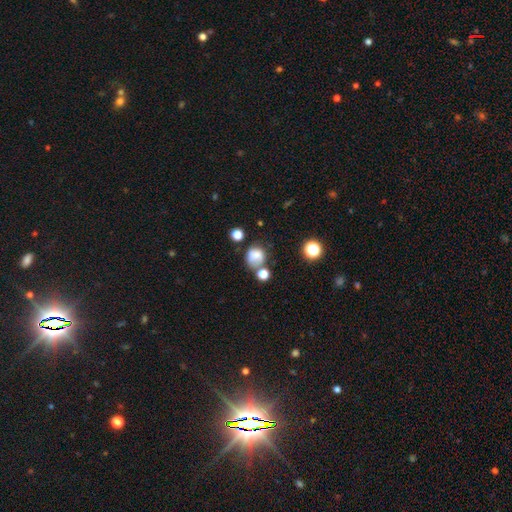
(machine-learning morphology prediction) This is likely a smooth galaxy (70%). How rounded: likely round (70%). Merging: marginally none (44%).